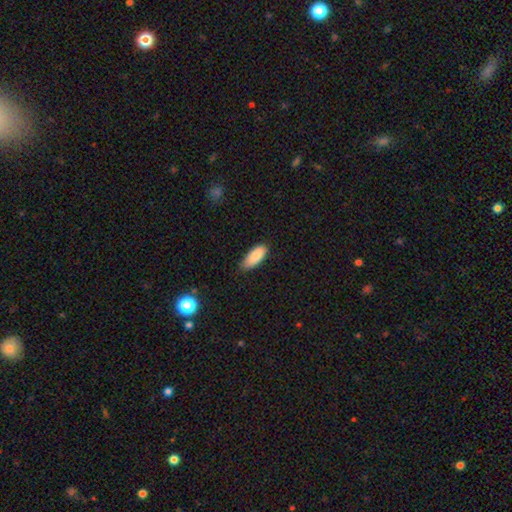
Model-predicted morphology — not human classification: Q: Smooth or featured?
A: smooth (85%); runner-up: featured or disk (8%)
Q: How rounded?
A: in between (84%); runner-up: cigar-shaped (14%)
Q: Merging?
A: none (71%); runner-up: minor disturbance (25%)